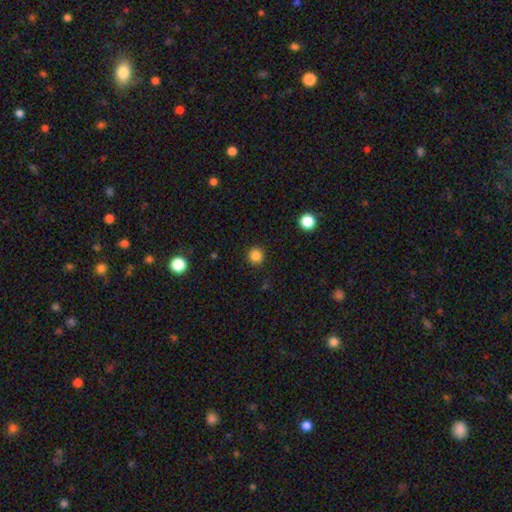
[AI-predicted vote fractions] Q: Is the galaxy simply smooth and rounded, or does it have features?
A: smooth — 85%.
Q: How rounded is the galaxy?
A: round — 94%.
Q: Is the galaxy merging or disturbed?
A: none — 91%.